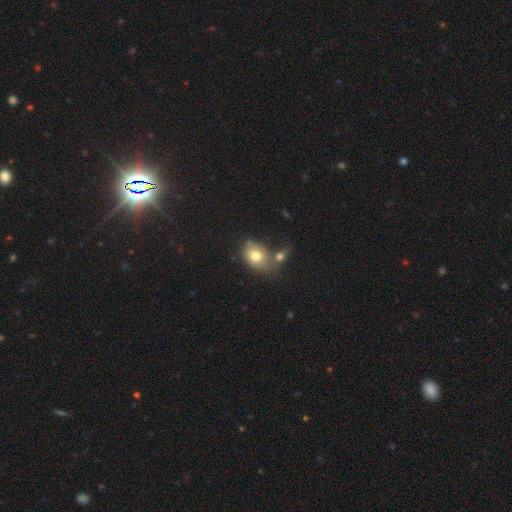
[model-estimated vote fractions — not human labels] Smooth or featured?
  - smooth: 76% *
  - featured or disk: 15%
  - star or artifact: 9%
How rounded?
  - in between: 67% *
  - round: 32%
  - cigar-shaped: 1%
Merging?
  - none: 44% *
  - merger: 33%
  - minor disturbance: 16%
  - major disturbance: 7%